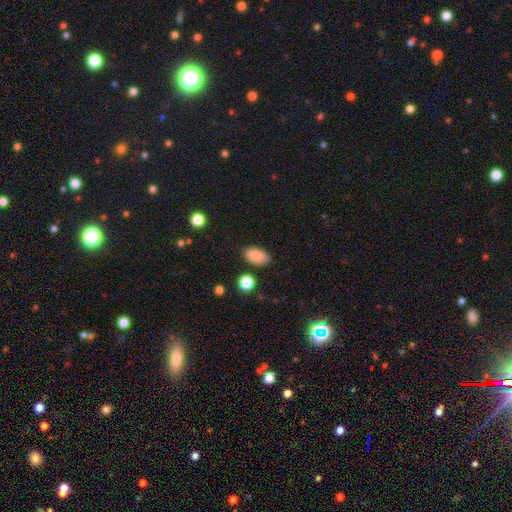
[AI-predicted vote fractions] Smooth or featured? smooth (87%)
How rounded? in between (92%)
Merging? none (82%)